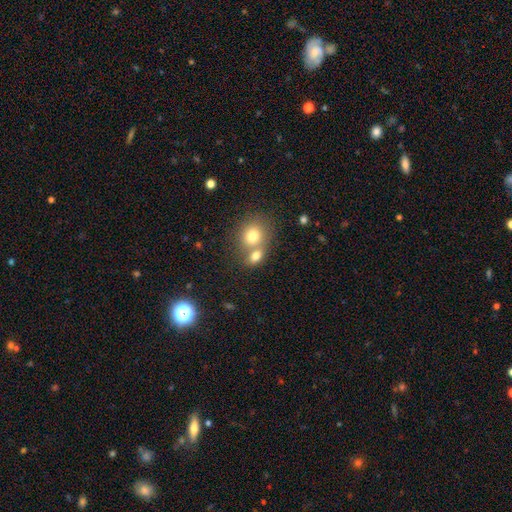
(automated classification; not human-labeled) smooth 77%, featured or disk 12%, star or artifact 10%. Down the decision tree: how rounded — in between (57%); merging — merger (56%).